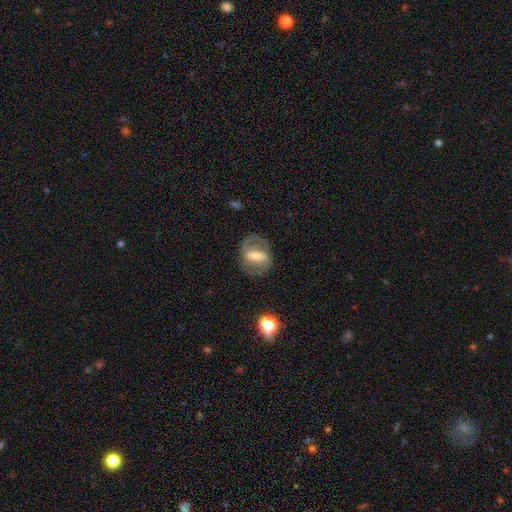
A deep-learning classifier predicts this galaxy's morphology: A featured or disk galaxy (73%) with a strong bar (55%), 2 (84%) medium (52%) spiral arms (85%) and a moderate central bulge (39%). Merging: none (72%).